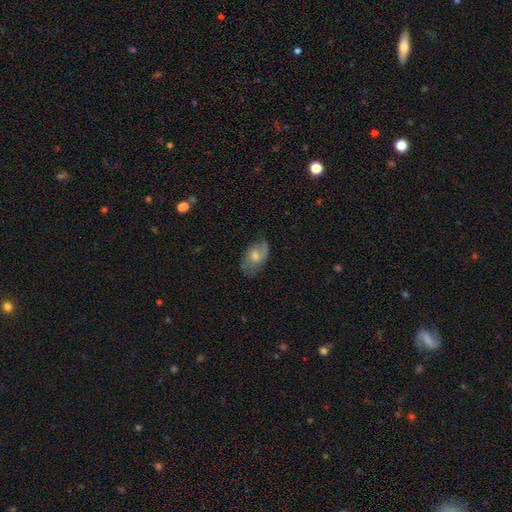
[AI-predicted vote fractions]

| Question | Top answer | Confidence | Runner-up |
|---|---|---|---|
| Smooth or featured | smooth | 50% | featured or disk (43%) |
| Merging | none | 65% | minor disturbance (24%) |